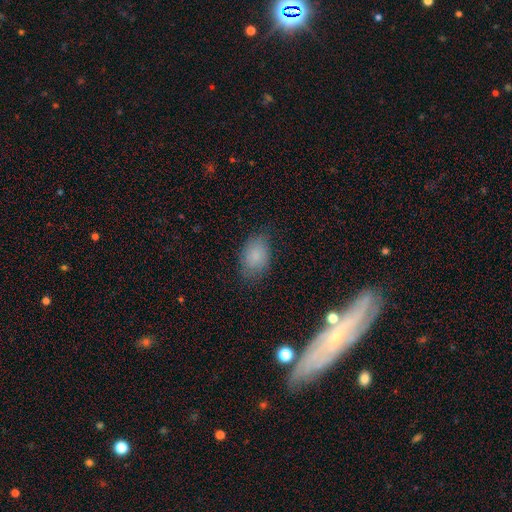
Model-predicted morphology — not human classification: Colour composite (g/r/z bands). It shows a smooth galaxy with no disk features (83%) that is in between round and cigar-shaped (83%). Merging: none (75%).